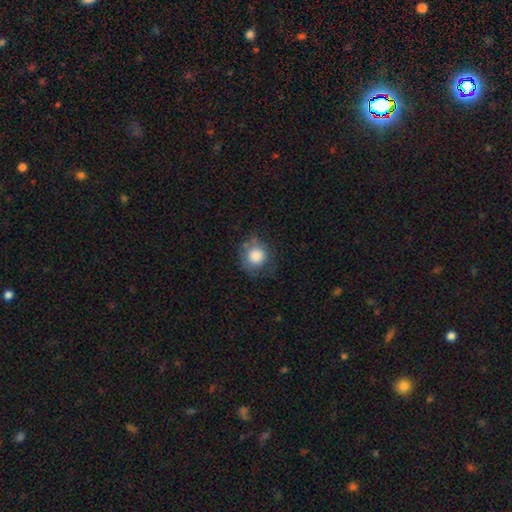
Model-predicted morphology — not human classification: smooth-or-featured: smooth: 81% | featured or disk: 10% | star or artifact: 8%
  how-rounded: round: 85% | in between: 14% | cigar-shaped: 1%
  merging: none: 62% | minor disturbance: 25% | major disturbance: 11% | merger: 2%